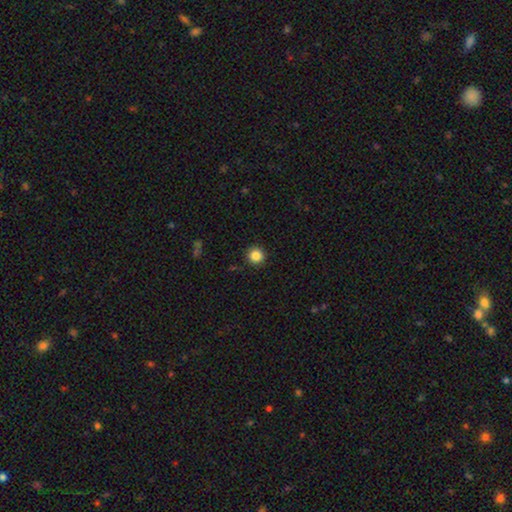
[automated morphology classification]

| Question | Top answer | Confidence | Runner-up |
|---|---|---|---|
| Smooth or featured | smooth | 86% | star or artifact (11%) |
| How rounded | round | 95% | in between (4%) |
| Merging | none | 92% | minor disturbance (5%) |